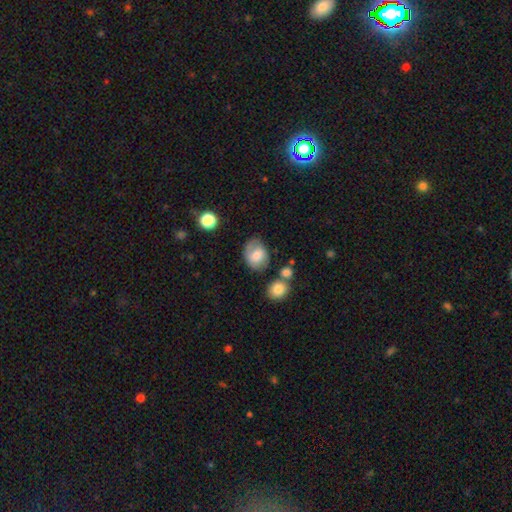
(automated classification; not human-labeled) This appears to be a smooth galaxy with no disk features (58%) that is in between round and cigar-shaped (53%). Merging: none (60%).